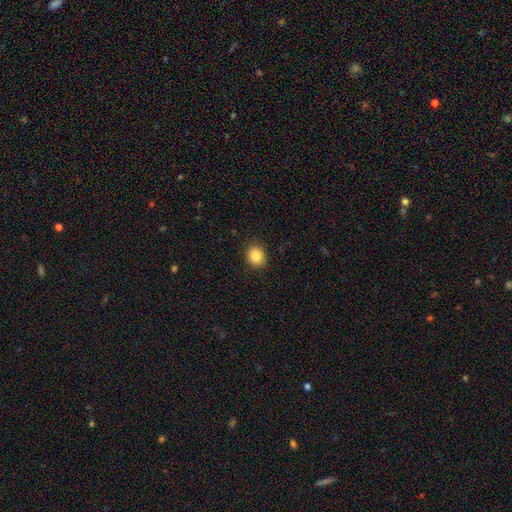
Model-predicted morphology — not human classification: A smooth galaxy with no disk features (86%) that is round (66%).

Vote fractions:
- Smooth or featured? smooth: 86% / star or artifact: 9% / featured or disk: 5%
- How rounded? round: 66% / in between: 33% / cigar-shaped: 1%
- Merging? none: 88% / minor disturbance: 8% / major disturbance: 2% / merger: 1%